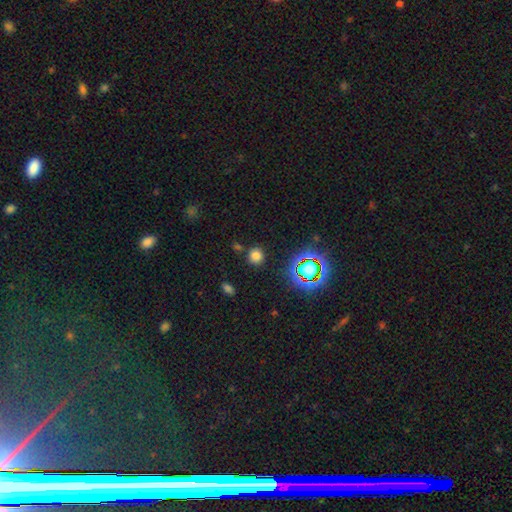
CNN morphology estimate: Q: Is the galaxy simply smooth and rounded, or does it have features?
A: smooth — 73%.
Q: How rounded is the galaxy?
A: round — 91%.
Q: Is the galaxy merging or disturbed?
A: none — 84%.